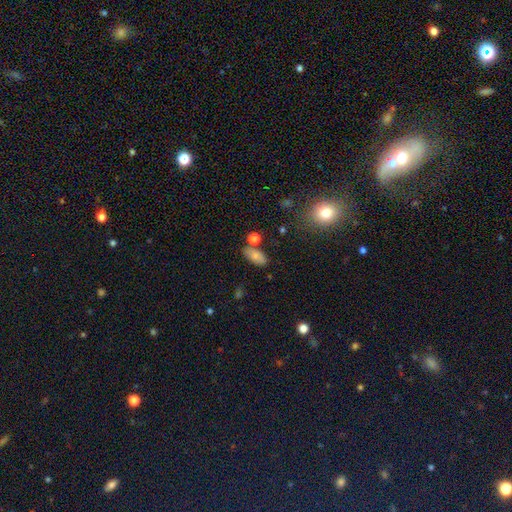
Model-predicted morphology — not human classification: smooth 78%, featured or disk 11%, star or artifact 10%. Down the decision tree: how rounded — in between (90%); merging — none (73%).